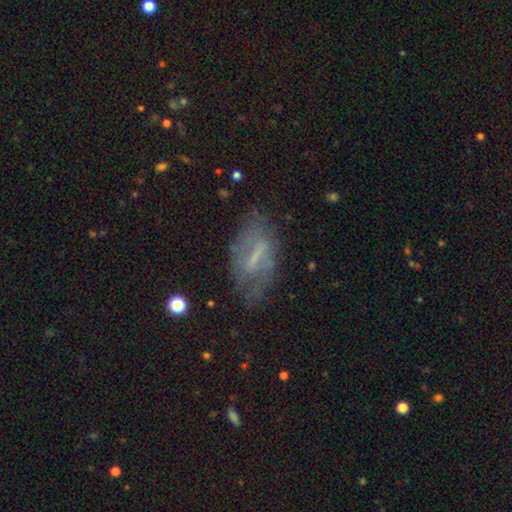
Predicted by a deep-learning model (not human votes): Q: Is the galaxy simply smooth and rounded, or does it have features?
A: featured or disk — 57%.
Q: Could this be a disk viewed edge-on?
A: no — 83%.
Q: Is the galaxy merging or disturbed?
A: none — 63%.